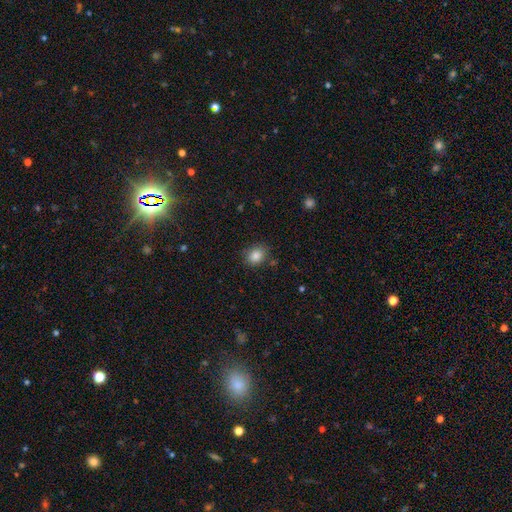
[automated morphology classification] Smooth or featured?
  - smooth: 86% *
  - star or artifact: 10%
  - featured or disk: 5%
How rounded?
  - round: 52% *
  - in between: 47%
  - cigar-shaped: 1%
Merging?
  - none: 80% *
  - minor disturbance: 14%
  - major disturbance: 4%
  - merger: 2%